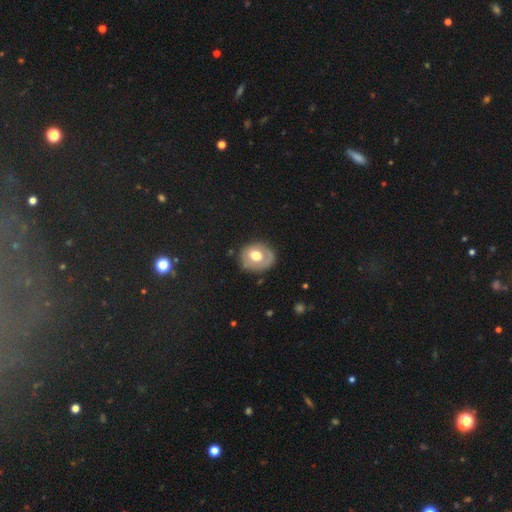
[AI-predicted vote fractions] Smooth or featured? Predicted: smooth (p=0.48). Merging? Predicted: none (p=0.71).